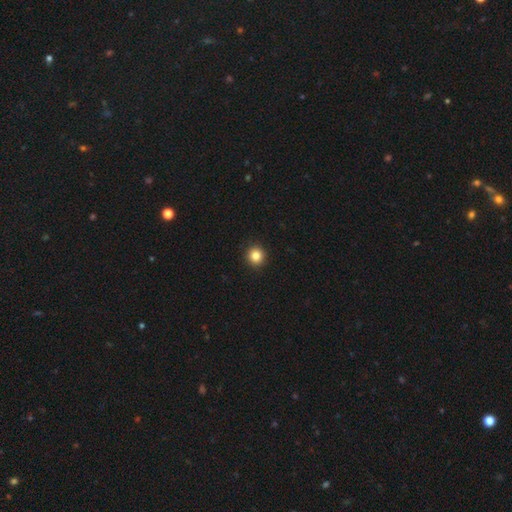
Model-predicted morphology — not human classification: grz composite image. It shows a smooth galaxy with no disk features (84%) that is round (92%). Merging: none (93%).